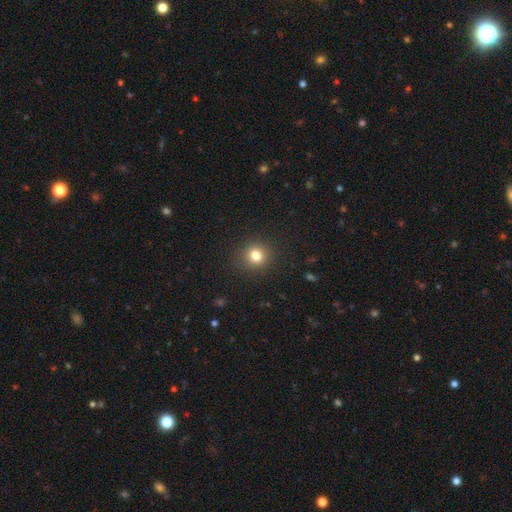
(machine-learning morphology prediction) A smooth galaxy with no disk features (80%) that is round (88%).

Vote fractions:
- Smooth or featured? smooth: 80% / star or artifact: 13% / featured or disk: 7%
- How rounded? round: 88% / in between: 11% / cigar-shaped: 1%
- Merging? none: 90% / minor disturbance: 6% / major disturbance: 2% / merger: 1%